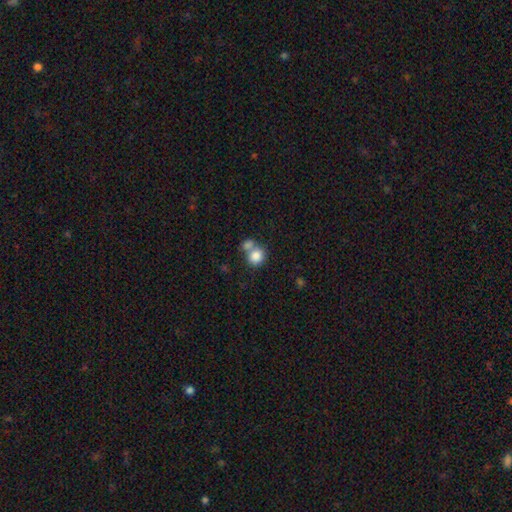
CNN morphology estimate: smooth_or_featured: smooth (p=0.82) [alt: star or artifact p=0.09]
how_rounded: round (p=0.77) [alt: in between p=0.22]
merging: merger (p=0.48) [alt: none p=0.40]